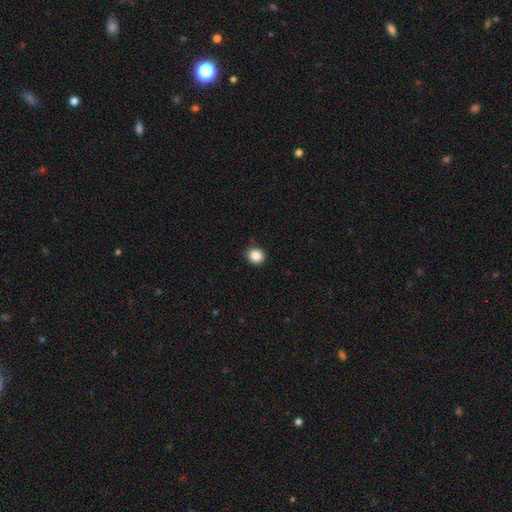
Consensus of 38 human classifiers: Volunteers were most divided on "smooth or featured": smooth: 87%, featured or disk: 8%, star or artifact: 5%. More confident: how rounded — round (94%); merging — none (89%).